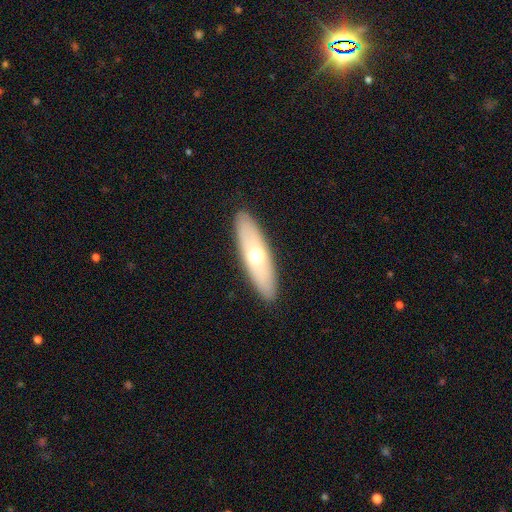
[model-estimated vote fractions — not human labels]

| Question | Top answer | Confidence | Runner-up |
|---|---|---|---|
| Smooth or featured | smooth | 54% | featured or disk (40%) |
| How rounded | cigar-shaped | 51% | in between (46%) |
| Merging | none | 89% | minor disturbance (8%) |